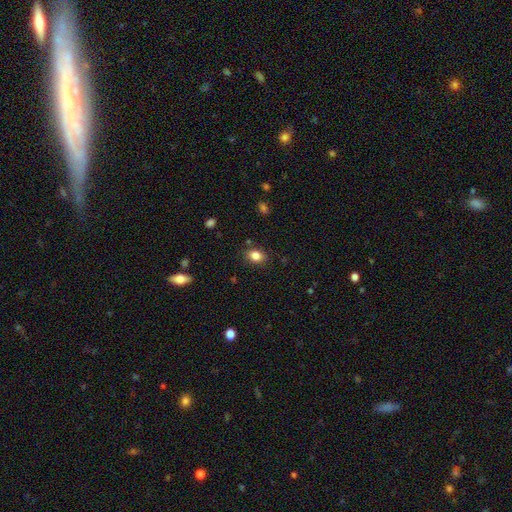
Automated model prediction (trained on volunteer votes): Smooth or featured?
  - smooth: 84% *
  - star or artifact: 10%
  - featured or disk: 6%
How rounded?
  - in between: 68% *
  - round: 31%
  - cigar-shaped: 1%
Merging?
  - none: 85% *
  - minor disturbance: 11%
  - major disturbance: 3%
  - merger: 2%